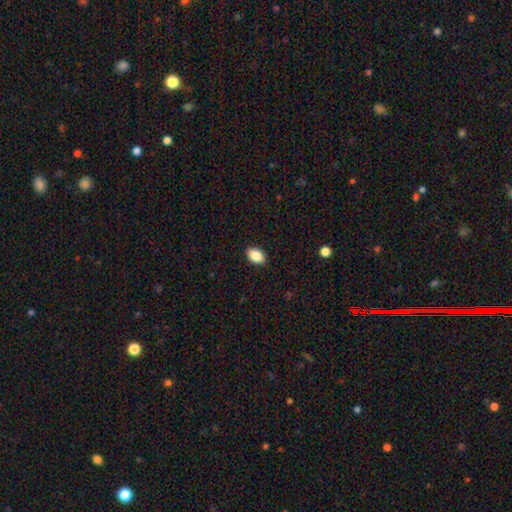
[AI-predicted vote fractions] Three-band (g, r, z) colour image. It shows a smooth galaxy with no disk features (87%) that is in between round and cigar-shaped (87%). Merging: none (90%).